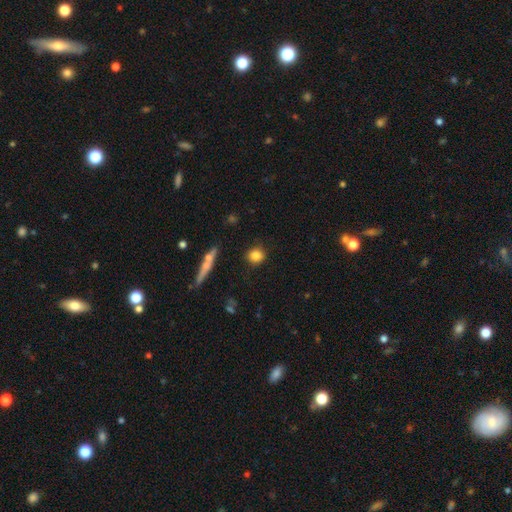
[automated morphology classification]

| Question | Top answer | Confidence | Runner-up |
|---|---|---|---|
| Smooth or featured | smooth | 83% | star or artifact (9%) |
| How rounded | round | 79% | in between (18%) |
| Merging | none | 86% | minor disturbance (10%) |